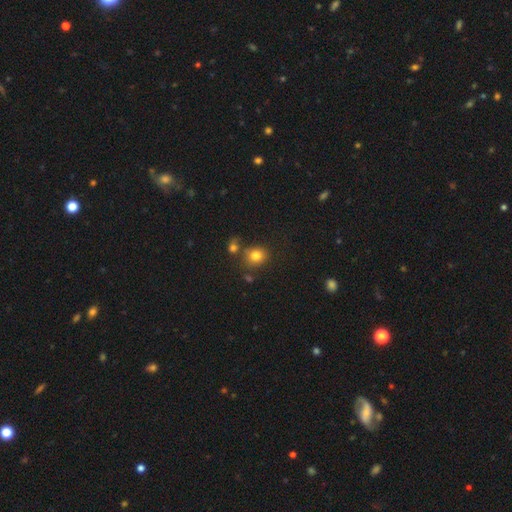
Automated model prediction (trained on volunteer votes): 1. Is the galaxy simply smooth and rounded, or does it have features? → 79% smooth, 13% star or artifact, 8% featured or disk.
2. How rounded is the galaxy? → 75% round, 24% in between, 1% cigar-shaped.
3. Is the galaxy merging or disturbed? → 68% none, 15% merger, 12% minor disturbance, 4% major disturbance.